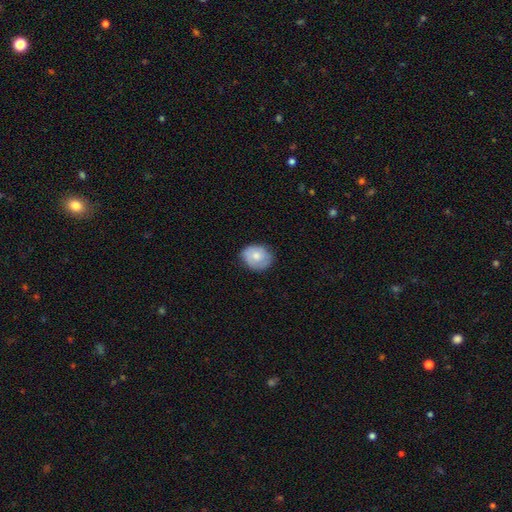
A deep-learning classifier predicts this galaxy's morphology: Overall: smooth (70%). How rounded: round (62%; in between 37%). Merging: none (74%).